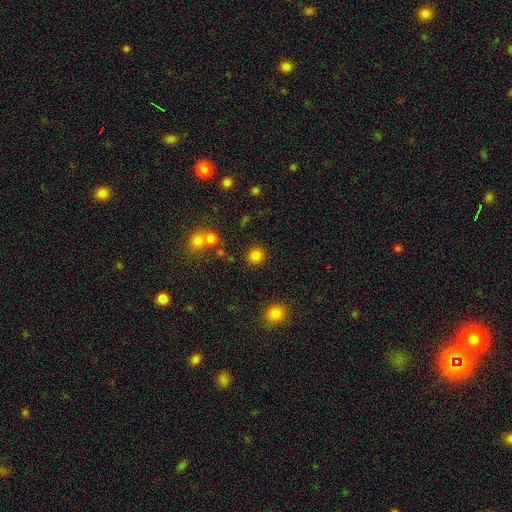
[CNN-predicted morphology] This appears to be a smooth galaxy with no disk features (82%) that is round (92%). Merging: none (86%).